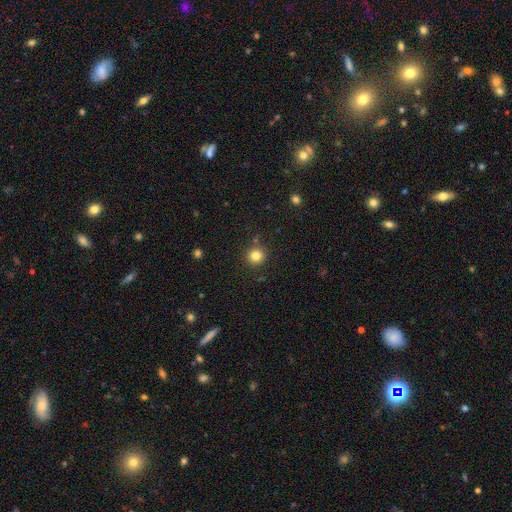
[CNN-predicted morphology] Smooth or featured? smooth (82%)
How rounded? round (93%)
Merging? none (87%)